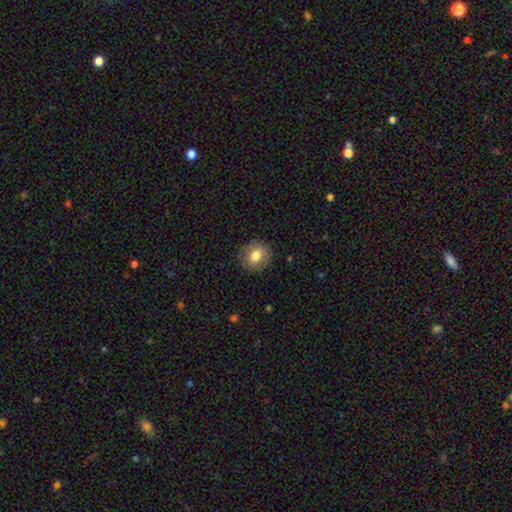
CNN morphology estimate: Smooth or featured?
  - smooth: 78% *
  - featured or disk: 14%
  - star or artifact: 8%
How rounded?
  - round: 83% *
  - in between: 16%
  - cigar-shaped: 1%
Merging?
  - none: 88% *
  - minor disturbance: 8%
  - major disturbance: 2%
  - merger: 1%